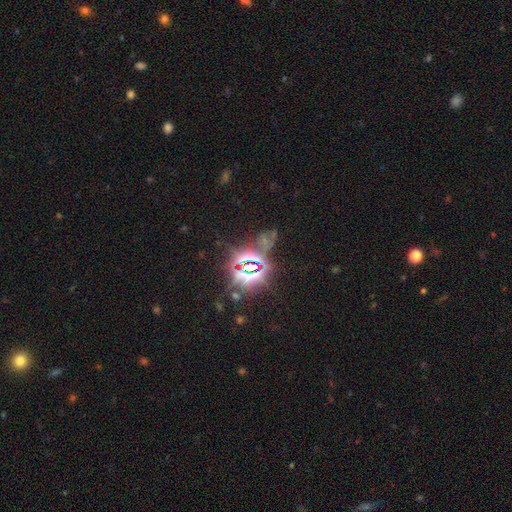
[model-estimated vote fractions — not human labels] Morphology: type=star or artifact (81%).